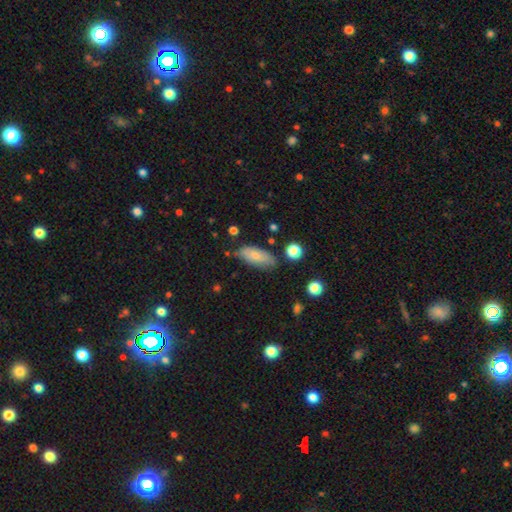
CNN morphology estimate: This appears to be a smooth galaxy with no disk features (71%) that is in between round and cigar-shaped (86%). Merging: none (68%).